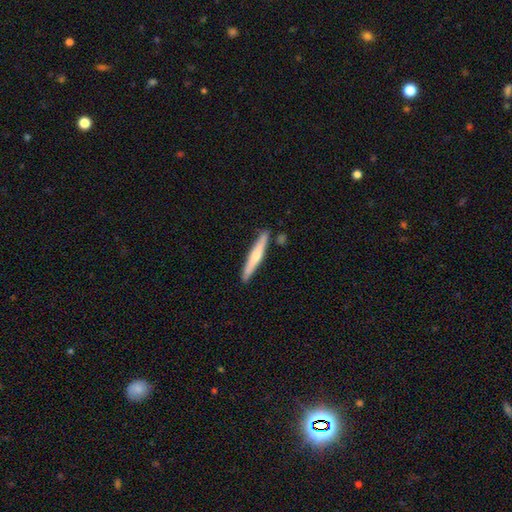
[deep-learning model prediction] Q: Smooth or featured?
A: smooth (55%); runner-up: featured or disk (40%)
Q: How rounded?
A: cigar-shaped (95%); runner-up: in between (4%)
Q: Merging?
A: none (87%); runner-up: minor disturbance (8%)